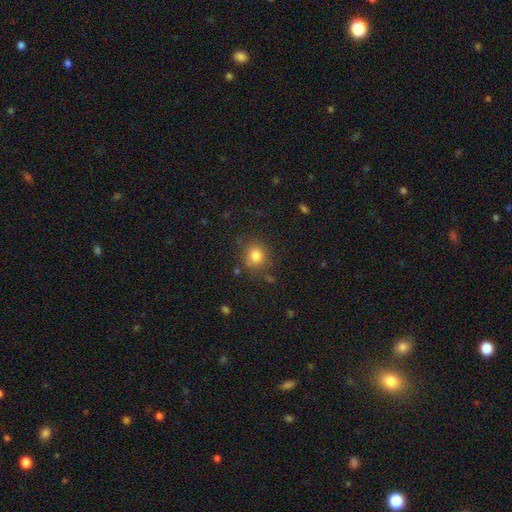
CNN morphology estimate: A smooth galaxy with no disk features (81%) that is round (81%). Merging: none (80%).